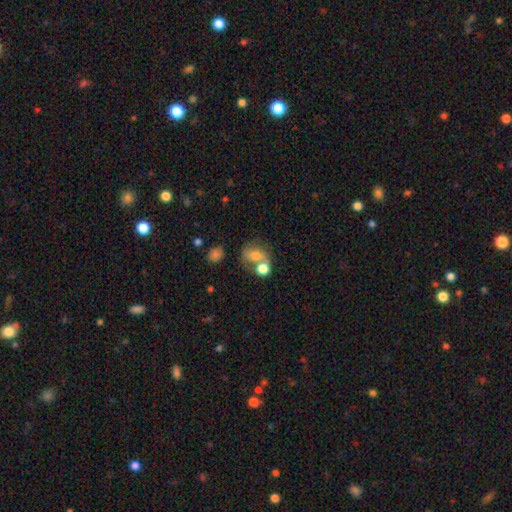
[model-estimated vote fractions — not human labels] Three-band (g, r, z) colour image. It shows a smooth galaxy with no disk features (64%) that is round (53%). Merging: merger (41%).